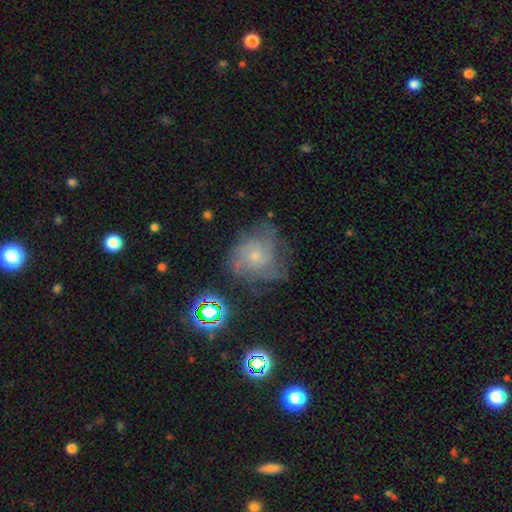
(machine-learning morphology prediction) smooth_or_featured: featured or disk (p=0.55) [alt: smooth p=0.28]
disk_edge_on: no (p=0.97) [alt: yes p=0.03]
bar: no (p=0.85) [alt: weak p=0.13]
has_spiral_arms: yes (p=0.77) [alt: no p=0.23]
bulge_size: small (p=0.67) [alt: moderate p=0.26]
merging: none (p=0.51) [alt: minor disturbance p=0.26]